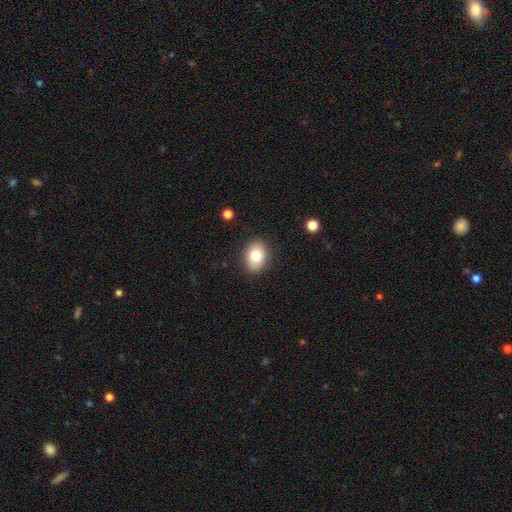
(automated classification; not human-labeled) Q: Smooth or featured?
A: smooth (79%); runner-up: featured or disk (13%)
Q: How rounded?
A: in between (74%); runner-up: round (25%)
Q: Merging?
A: none (87%); runner-up: minor disturbance (9%)